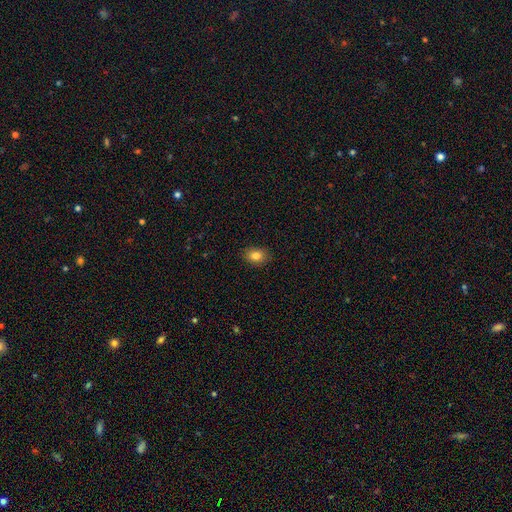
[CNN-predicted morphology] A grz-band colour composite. It shows a smooth galaxy with no disk features (84%) that is in between round and cigar-shaped (68%). Merging: none (88%).